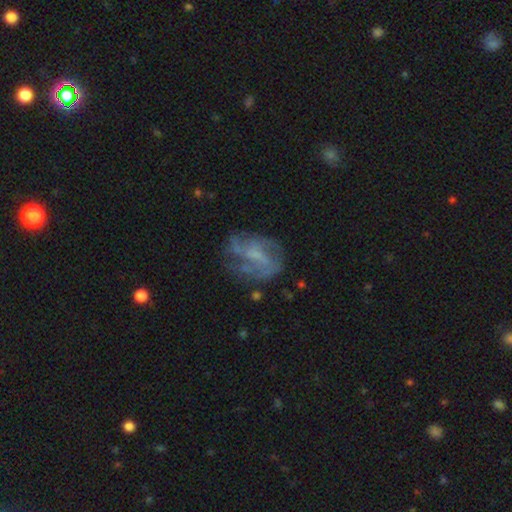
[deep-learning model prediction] A featured or disk galaxy (68%) with no bar (48%), spiral arms (73%) and no central bulge (47%).

Vote fractions:
- Smooth or featured? featured or disk: 68% / smooth: 20% / star or artifact: 11%
- Edge-on disk? no: 97% / yes: 3%
- Bar? no: 48% / weak: 40% / strong: 12%
- Spiral arms? yes: 73% / no: 27%
- Bulge size? none: 47% / small: 30% / moderate: 19% / large: 3% / dominant: 1%
- Merging? none: 57% / minor disturbance: 20% / major disturbance: 20% / merger: 3%